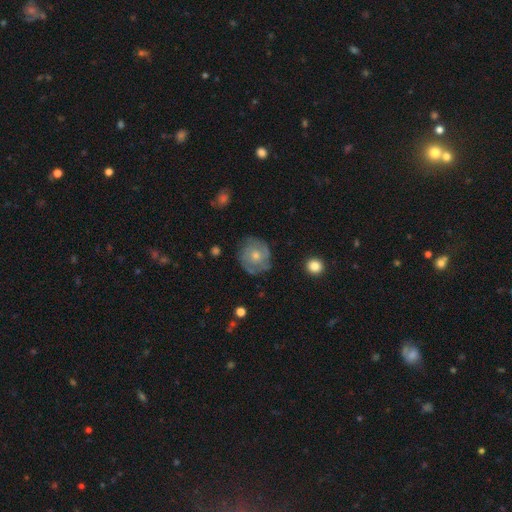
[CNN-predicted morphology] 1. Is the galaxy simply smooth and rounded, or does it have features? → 56% featured or disk, 37% smooth, 7% star or artifact.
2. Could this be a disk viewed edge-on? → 97% no, 3% yes.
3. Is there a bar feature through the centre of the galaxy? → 82% no, 15% weak, 2% strong.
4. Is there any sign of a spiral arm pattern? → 76% yes, 24% no.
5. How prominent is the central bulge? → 49% moderate, 46% small, 2% large, 2% none, 1% dominant.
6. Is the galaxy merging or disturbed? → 72% none, 19% minor disturbance, 7% major disturbance, 2% merger.